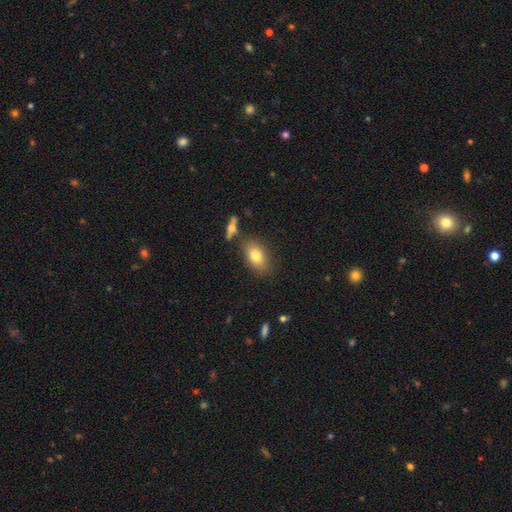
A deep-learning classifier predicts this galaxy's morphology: A smooth galaxy with no disk features (76%) that is in between round and cigar-shaped (86%). Merging: none (76%).